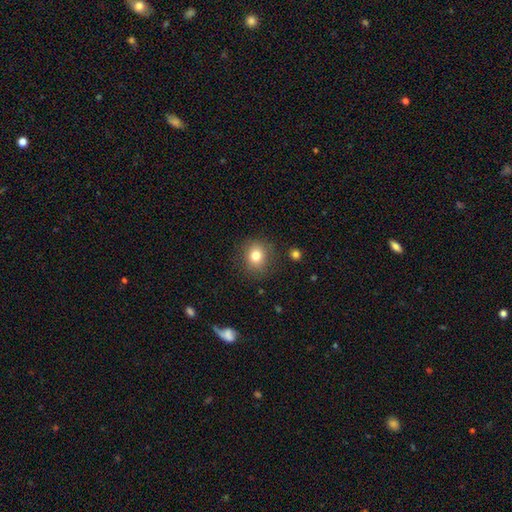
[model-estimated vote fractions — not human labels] This is clearly a smooth galaxy (80%). How rounded: clearly round (81%). Merging: clearly none (85%).